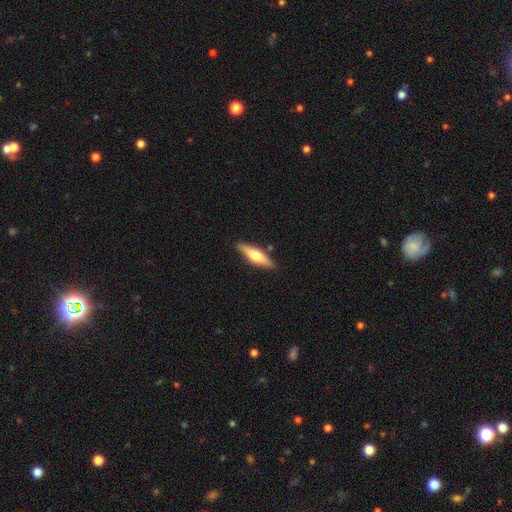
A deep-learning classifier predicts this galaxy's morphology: Smooth or featured? Predicted: featured or disk (p=0.48). Merging? Predicted: none (p=0.86).